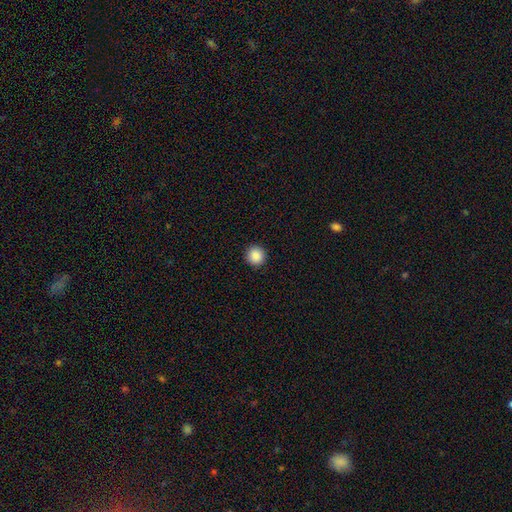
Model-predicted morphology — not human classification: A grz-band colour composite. It shows a smooth galaxy with no disk features (88%) that is round (94%). Merging: none (93%).